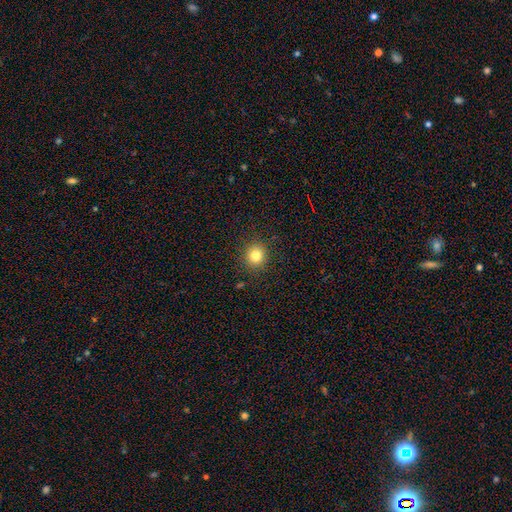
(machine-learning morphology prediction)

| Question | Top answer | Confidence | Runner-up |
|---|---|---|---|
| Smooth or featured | smooth | 81% | star or artifact (12%) |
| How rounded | round | 88% | in between (11%) |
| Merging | none | 91% | minor disturbance (6%) |